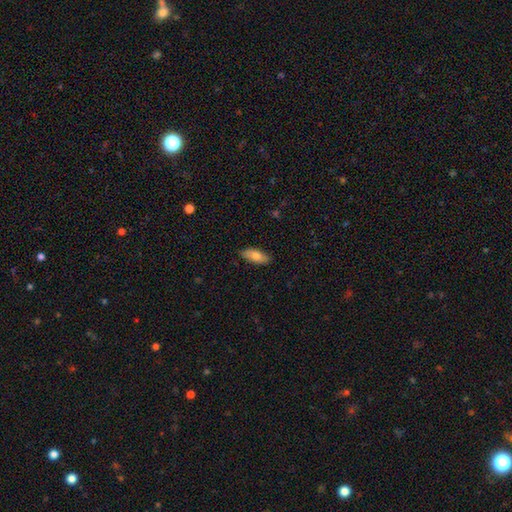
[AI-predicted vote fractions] This appears to be a smooth galaxy with no disk features (72%) that is in between round and cigar-shaped (87%). Merging: none (84%).